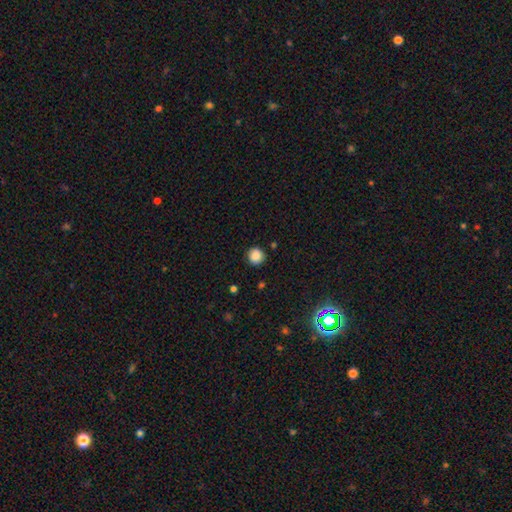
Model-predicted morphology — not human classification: type=smooth (87%); roundness=round (94%); merging=none (89%).